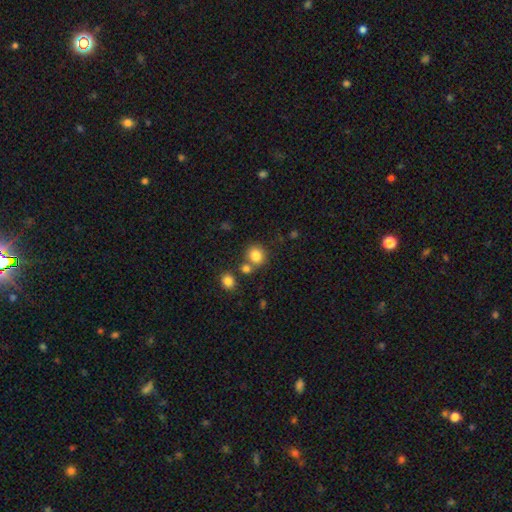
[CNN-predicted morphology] Overall: smooth (82%). How rounded: round (79%). Merging: none (66%).